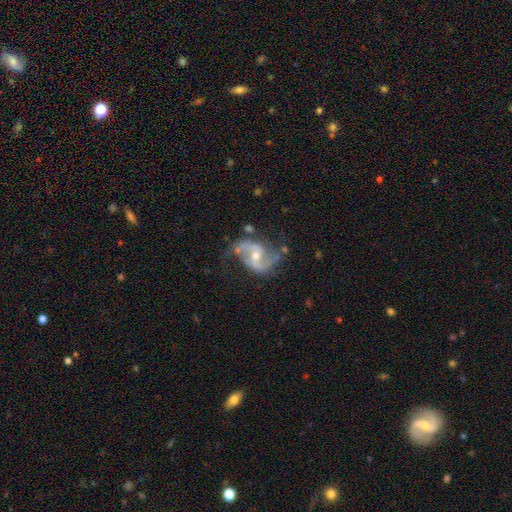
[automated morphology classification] Smooth or featured? featured or disk (87%)
Edge-on disk? no (97%)
Bar? weak (42%)
Spiral arms? yes (95%)
Spiral winding? loose (51%)
Spiral arm count? 2 (92%)
Bulge size? moderate (57%)
Merging? none (63%)